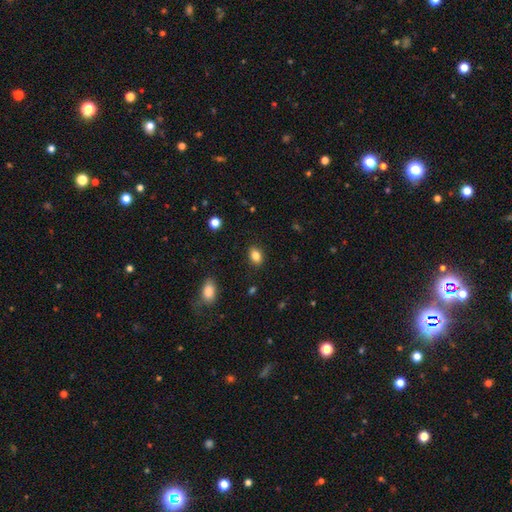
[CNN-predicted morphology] smooth_or_featured: smooth (p=0.84) [alt: star or artifact p=0.09]
how_rounded: in between (p=0.77) [alt: round p=0.21]
merging: none (p=0.87) [alt: minor disturbance p=0.09]